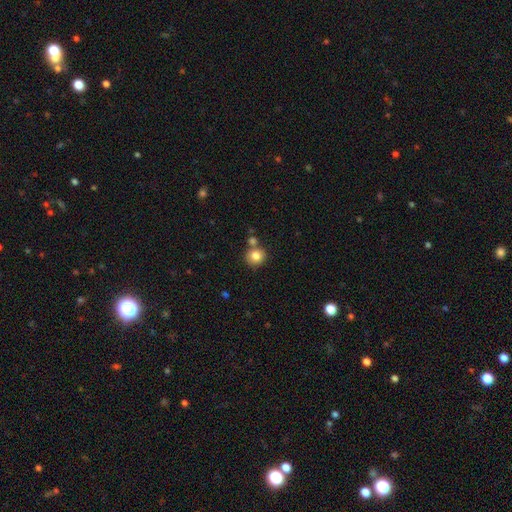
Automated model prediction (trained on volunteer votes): Smooth or featured?
  - smooth: 82% *
  - star or artifact: 10%
  - featured or disk: 8%
How rounded?
  - round: 90% *
  - in between: 10%
  - cigar-shaped: 1%
Merging?
  - none: 70% *
  - merger: 18%
  - minor disturbance: 9%
  - major disturbance: 3%